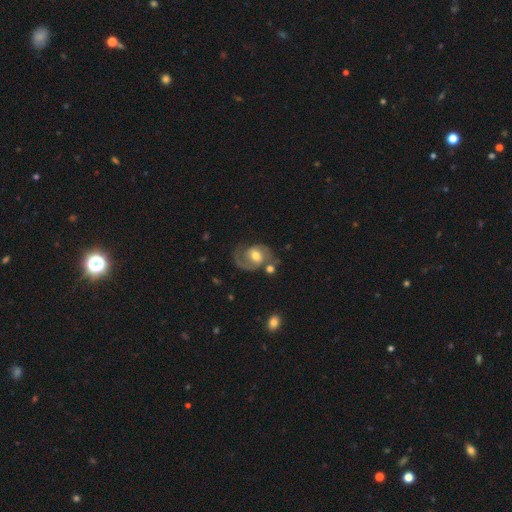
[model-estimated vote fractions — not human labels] The model was most divided on "bar": no: 49%, weak: 40%, strong: 11%. More confident: edge-on disk — no (98%); spiral arms — yes (92%); spiral arm count — 2 (81%); smooth or featured — featured or disk (79%); bulge size — moderate (70%); merging — none (60%); spiral winding — medium (53%).